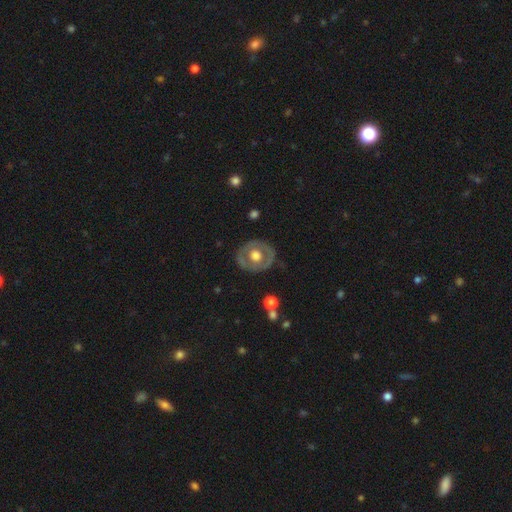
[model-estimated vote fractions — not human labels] Smooth or featured: featured or disk — 55% (smooth — 40%)
Edge-on disk: no — 94% (yes — 6%)
Bar: no — 89% (weak — 8%)
Spiral arms: no — 88% (yes — 12%)
Bulge size: large — 48% (moderate — 45%)
Merging: none — 81% (minor disturbance — 13%)